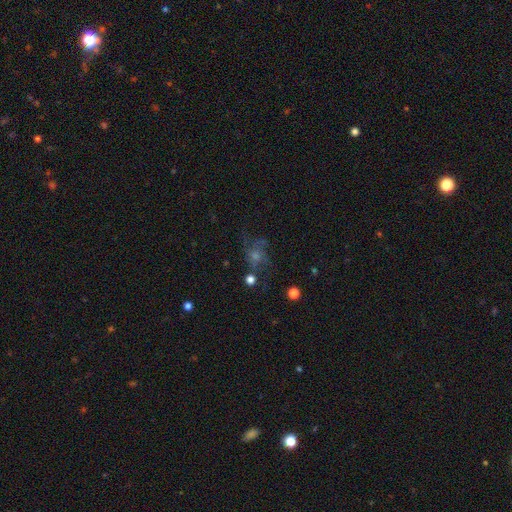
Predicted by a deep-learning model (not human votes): Smooth or featured: featured or disk — 47% (star or artifact — 29%)
Merging: none — 57% (major disturbance — 20%)